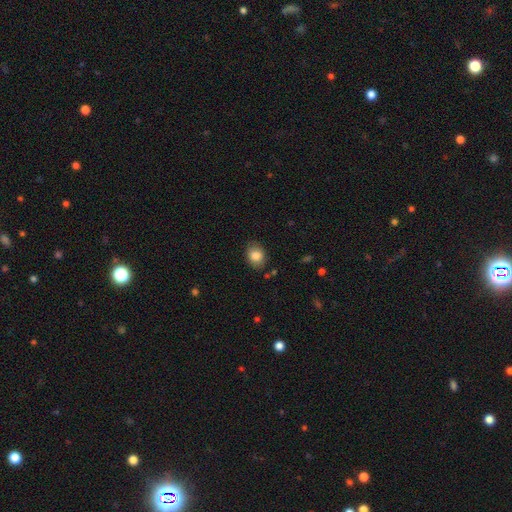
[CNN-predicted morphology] The model was most divided on "how rounded": in between: 60%, round: 39%, cigar-shaped: 1%. More confident: smooth or featured — smooth (83%); merging — none (83%).